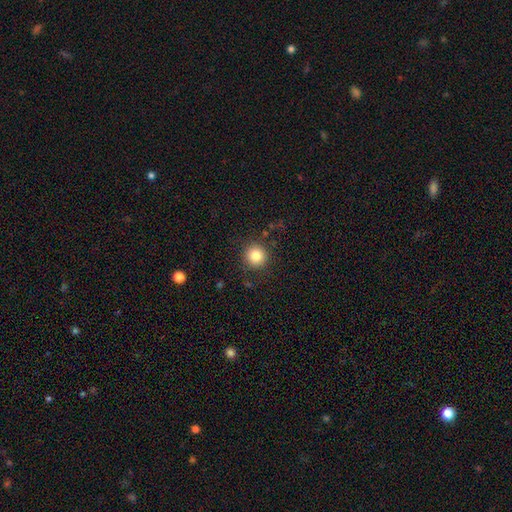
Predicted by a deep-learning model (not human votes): Smooth or featured?
  - smooth: 84% *
  - star or artifact: 11%
  - featured or disk: 6%
How rounded?
  - round: 94% *
  - in between: 5%
  - cigar-shaped: 1%
Merging?
  - none: 89% *
  - minor disturbance: 7%
  - major disturbance: 3%
  - merger: 1%